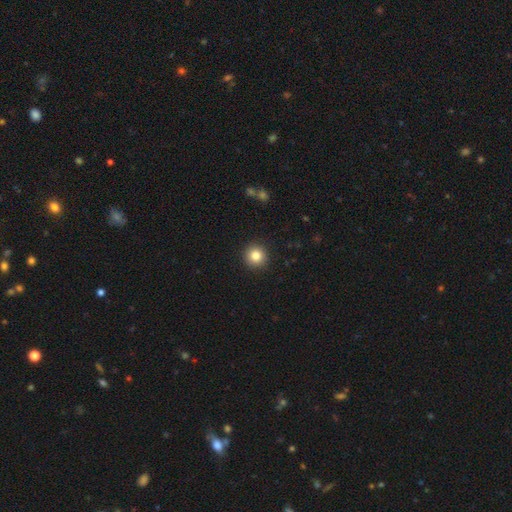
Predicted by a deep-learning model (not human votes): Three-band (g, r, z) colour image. It shows a smooth galaxy with no disk features (83%) that is round (94%). Merging: none (92%).